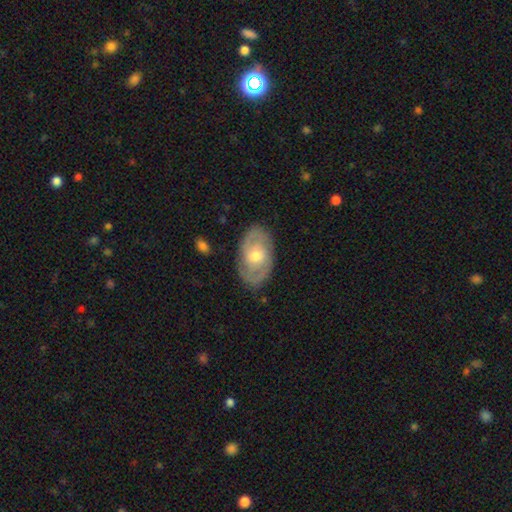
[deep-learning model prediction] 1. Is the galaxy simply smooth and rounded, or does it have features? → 71% featured or disk, 23% smooth, 5% star or artifact.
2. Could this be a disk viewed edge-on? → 94% no, 6% yes.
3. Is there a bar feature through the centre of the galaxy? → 64% no, 30% weak, 6% strong.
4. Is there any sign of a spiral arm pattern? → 80% yes, 20% no.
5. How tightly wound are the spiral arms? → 53% tight, 36% medium, 11% loose.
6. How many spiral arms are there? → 66% 2, 22% can't tell, 5% 3, 3% 1, 2% 4, 2% more than 4.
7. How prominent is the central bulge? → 63% moderate, 32% small, 4% large, 1% none, 1% dominant.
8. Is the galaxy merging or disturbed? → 83% none, 13% minor disturbance, 3% major disturbance, 1% merger.